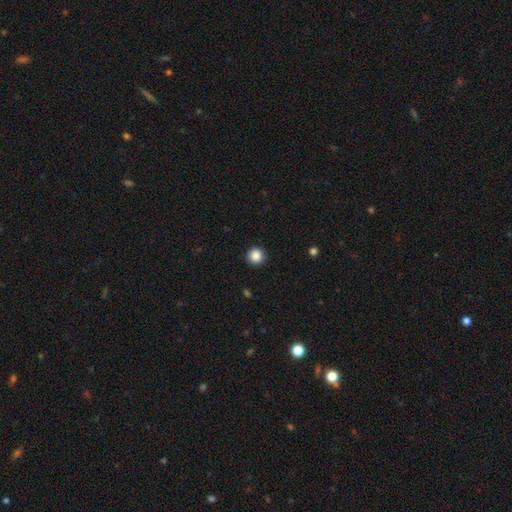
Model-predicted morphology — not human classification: The model was most divided on "smooth or featured": smooth: 87%, star or artifact: 10%, featured or disk: 3%. More confident: how rounded — round (95%); merging — none (92%).